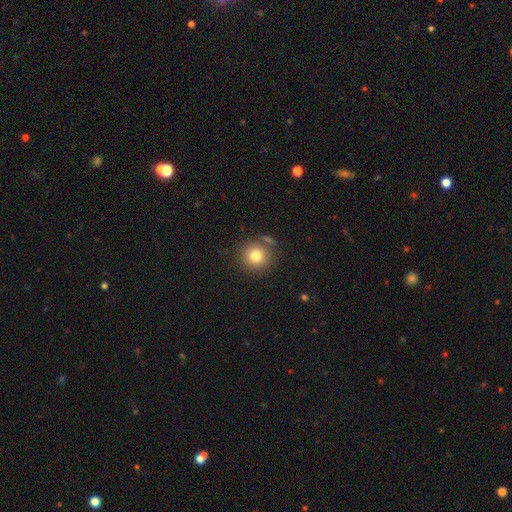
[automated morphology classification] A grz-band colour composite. It shows a smooth galaxy with no disk features (79%) that is round (92%). Merging: none (77%).